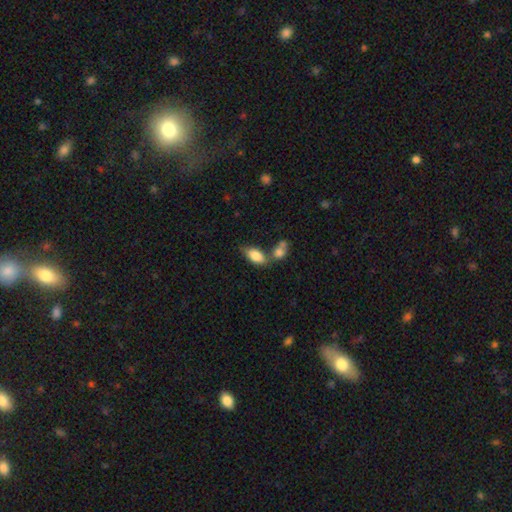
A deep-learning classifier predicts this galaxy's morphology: smooth-or-featured: smooth: 83% | featured or disk: 10% | star or artifact: 7%
  how-rounded: in between: 90% | cigar-shaped: 5% | round: 4%
  merging: none: 48% | merger: 33% | minor disturbance: 14% | major disturbance: 5%